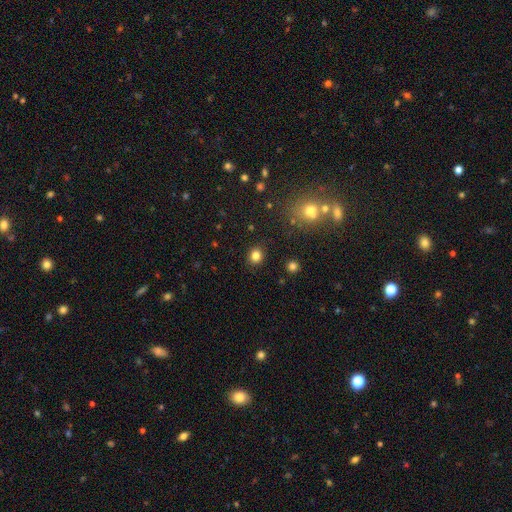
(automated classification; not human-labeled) A smooth galaxy with no disk features (82%) that is round (77%). Merging: none (89%).